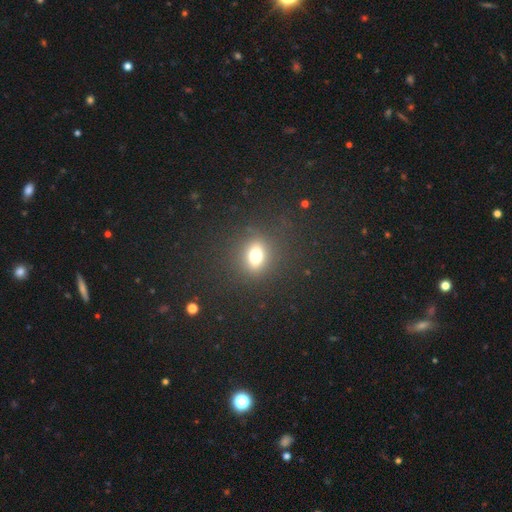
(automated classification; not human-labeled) This is likely a smooth galaxy (71%). How rounded: possibly round (49%). Merging: clearly none (85%).